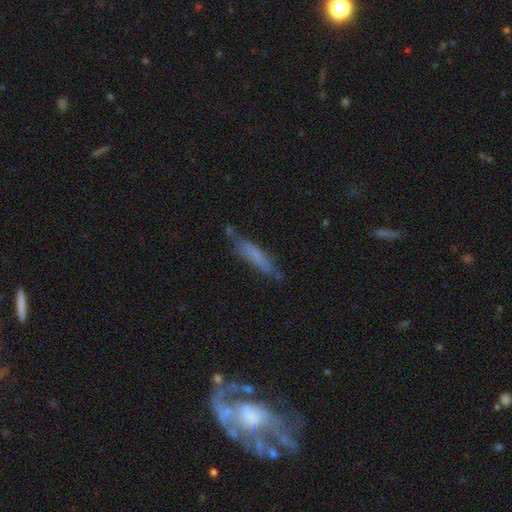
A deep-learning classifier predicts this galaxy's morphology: Smooth or featured: smooth — 60% (featured or disk — 31%)
How rounded: cigar-shaped — 87% (in between — 12%)
Merging: none — 68% (minor disturbance — 22%)